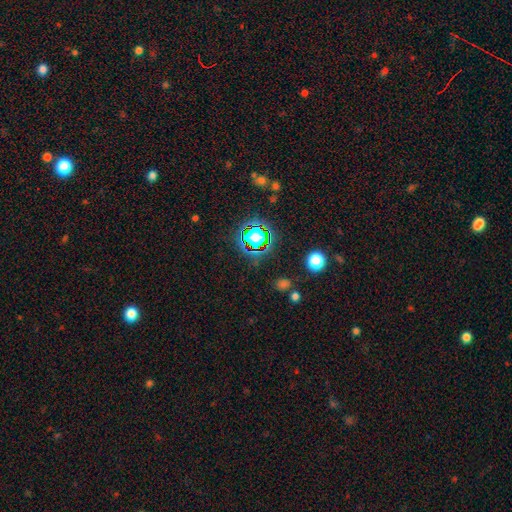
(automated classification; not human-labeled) Smooth or featured? star or artifact (76%)